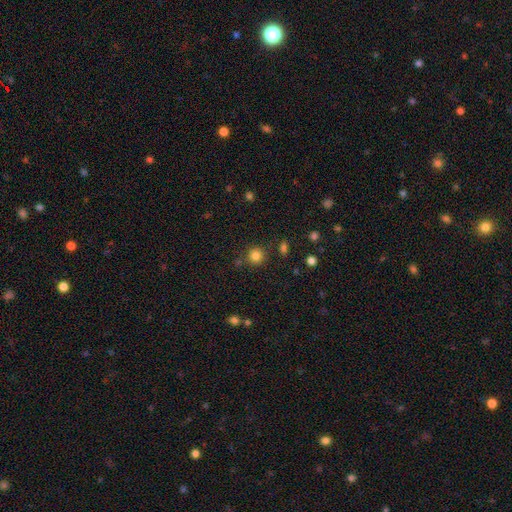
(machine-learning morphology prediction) Smooth or featured: smooth — 83% (star or artifact — 13%)
How rounded: round — 93% (in between — 6%)
Merging: none — 83% (minor disturbance — 8%)